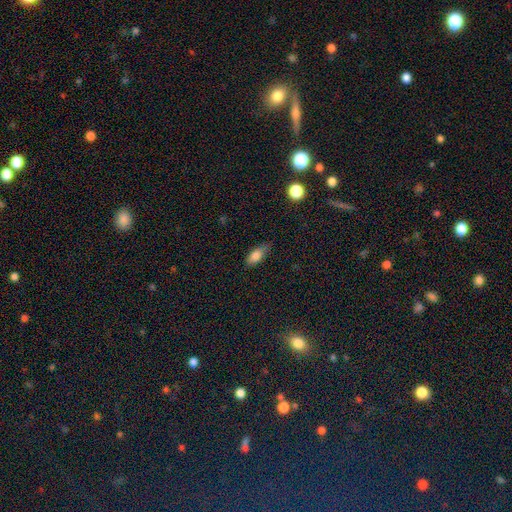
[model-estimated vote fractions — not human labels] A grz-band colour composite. It shows a smooth galaxy with no disk features (81%) that is in between round and cigar-shaped (84%). Merging: none (63%).